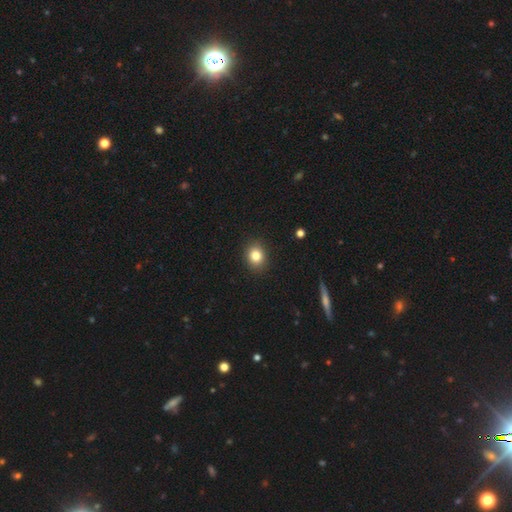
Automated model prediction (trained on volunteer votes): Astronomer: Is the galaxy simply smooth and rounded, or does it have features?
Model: smooth — 82%.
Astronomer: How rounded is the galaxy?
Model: round — 62% (runner-up: in between, 37%).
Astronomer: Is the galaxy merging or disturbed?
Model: none — 90%.